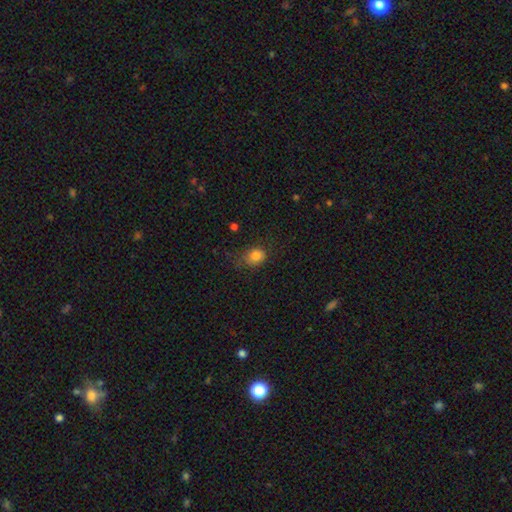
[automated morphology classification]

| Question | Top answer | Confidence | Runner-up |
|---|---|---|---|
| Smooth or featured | smooth | 82% | star or artifact (11%) |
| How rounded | round | 55% | in between (44%) |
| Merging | none | 63% | minor disturbance (25%) |